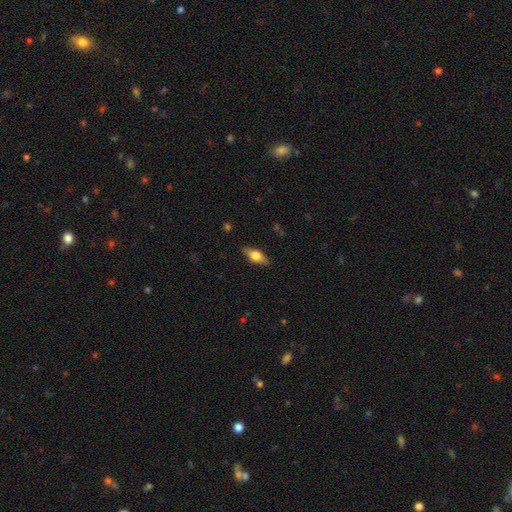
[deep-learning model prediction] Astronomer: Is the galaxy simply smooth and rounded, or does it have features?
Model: smooth — 55% (runner-up: featured or disk, 38%).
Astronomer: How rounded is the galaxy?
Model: in between — 71%.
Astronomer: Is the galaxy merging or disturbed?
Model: none — 85%.